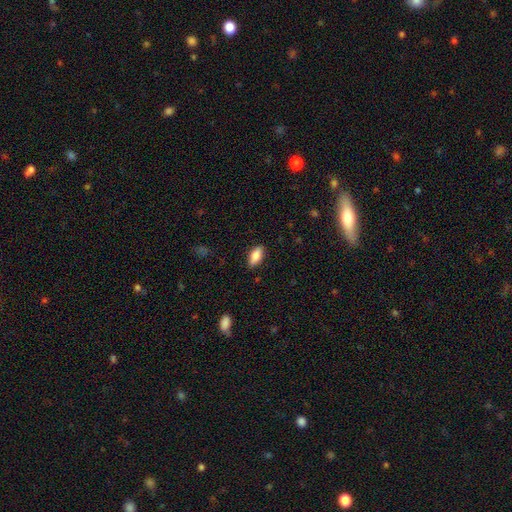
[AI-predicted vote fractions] smooth_or_featured: smooth (p=0.81) [alt: featured or disk p=0.12]
how_rounded: in between (p=0.83) [alt: cigar-shaped p=0.14]
merging: none (p=0.86) [alt: minor disturbance p=0.11]